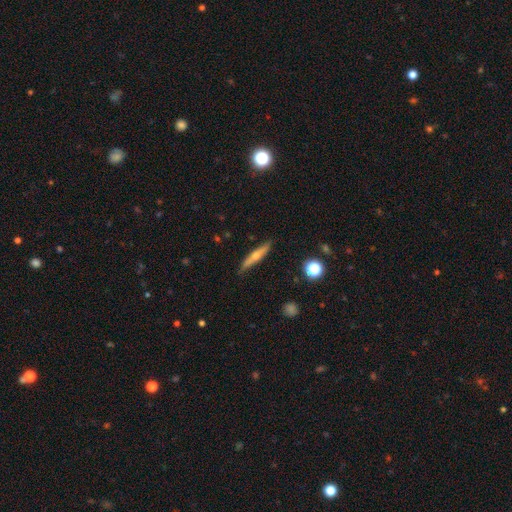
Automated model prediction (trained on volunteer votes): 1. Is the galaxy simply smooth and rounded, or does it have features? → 48% featured or disk, 45% smooth, 7% star or artifact.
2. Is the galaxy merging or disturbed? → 85% none, 12% minor disturbance, 2% major disturbance, 1% merger.